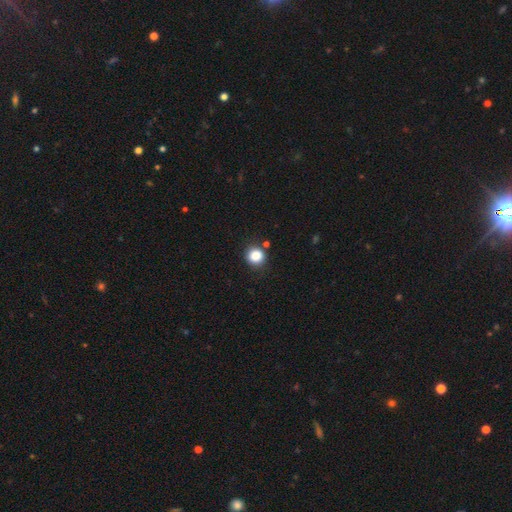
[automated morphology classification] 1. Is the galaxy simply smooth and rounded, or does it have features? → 85% smooth, 11% star or artifact, 4% featured or disk.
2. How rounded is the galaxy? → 88% round, 11% in between, 1% cigar-shaped.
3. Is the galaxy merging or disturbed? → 84% none, 10% minor disturbance, 4% merger, 3% major disturbance.